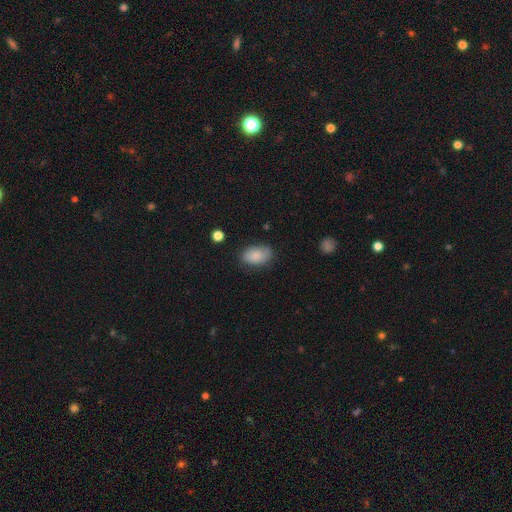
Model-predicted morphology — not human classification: Smooth or featured?
  - smooth: 83% *
  - featured or disk: 10%
  - star or artifact: 8%
How rounded?
  - in between: 89% *
  - round: 9%
  - cigar-shaped: 1%
Merging?
  - none: 72% *
  - minor disturbance: 21%
  - major disturbance: 5%
  - merger: 2%